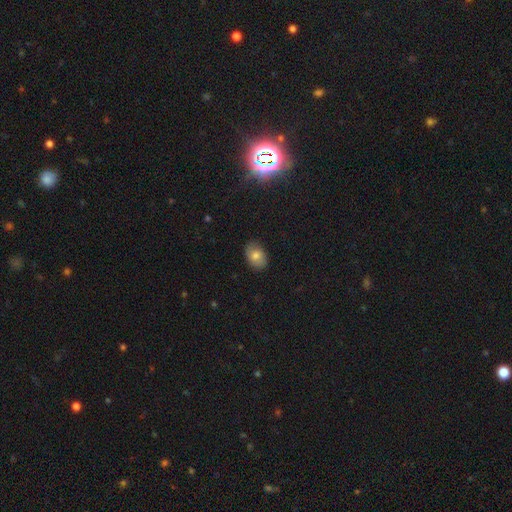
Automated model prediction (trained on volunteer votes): Smooth or featured?
  - smooth: 78% *
  - featured or disk: 13%
  - star or artifact: 9%
How rounded?
  - in between: 78% *
  - round: 21%
  - cigar-shaped: 1%
Merging?
  - none: 84% *
  - minor disturbance: 13%
  - major disturbance: 2%
  - merger: 1%